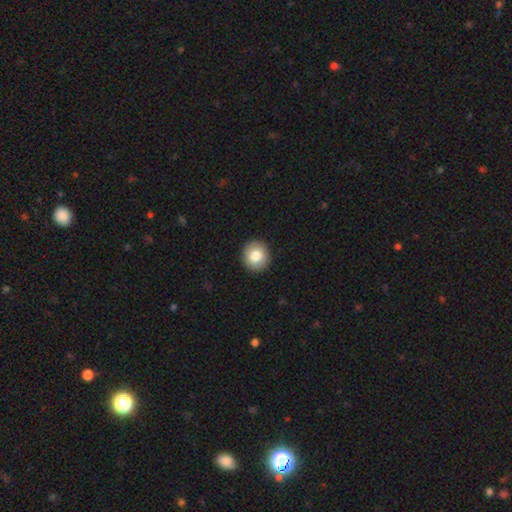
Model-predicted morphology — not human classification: Smooth or featured? Predicted: smooth (p=0.82). How rounded? Predicted: round (p=0.90). Merging? Predicted: none (p=0.93).